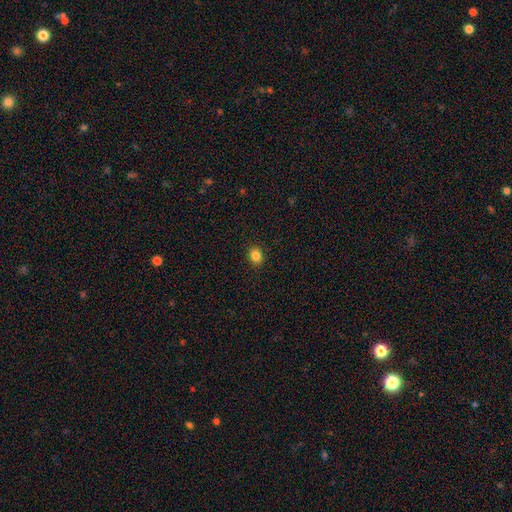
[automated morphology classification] The model was most divided on "how rounded": round: 57%, in between: 42%, cigar-shaped: 1%. More confident: merging — none (91%); smooth or featured — smooth (85%).